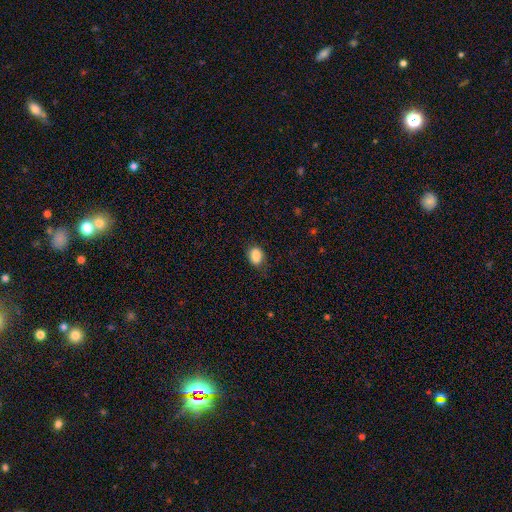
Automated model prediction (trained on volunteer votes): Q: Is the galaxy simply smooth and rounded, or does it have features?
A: smooth — 87%.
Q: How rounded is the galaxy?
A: in between — 64%.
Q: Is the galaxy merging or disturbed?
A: none — 75%.